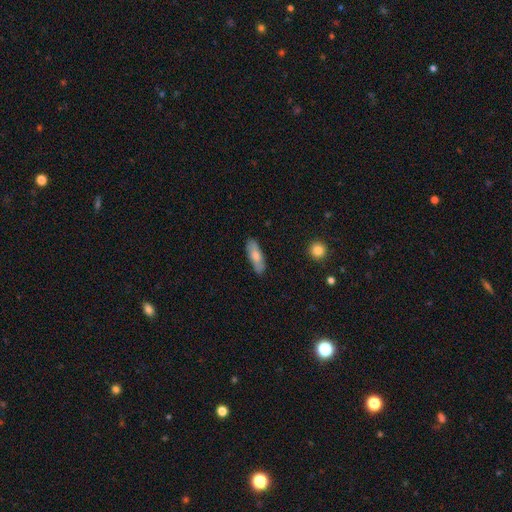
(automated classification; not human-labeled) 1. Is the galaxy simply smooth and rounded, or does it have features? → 72% smooth, 22% featured or disk, 6% star or artifact.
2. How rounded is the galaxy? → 58% in between, 39% cigar-shaped, 2% round.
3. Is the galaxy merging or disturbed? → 84% none, 12% minor disturbance, 2% major disturbance, 1% merger.